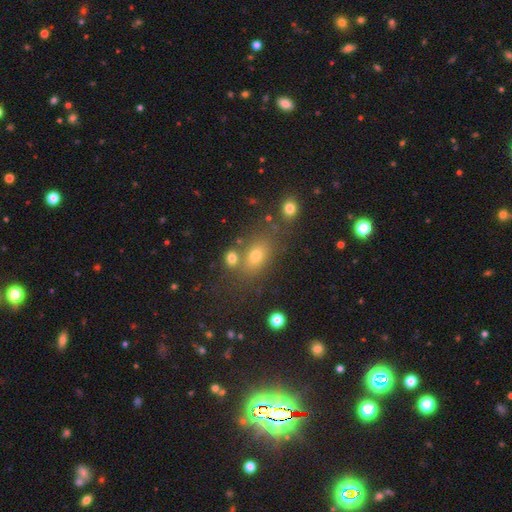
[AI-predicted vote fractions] Smooth or featured: smooth — 69% (star or artifact — 17%)
How rounded: in between — 74% (round — 23%)
Merging: none — 63% (merger — 18%)